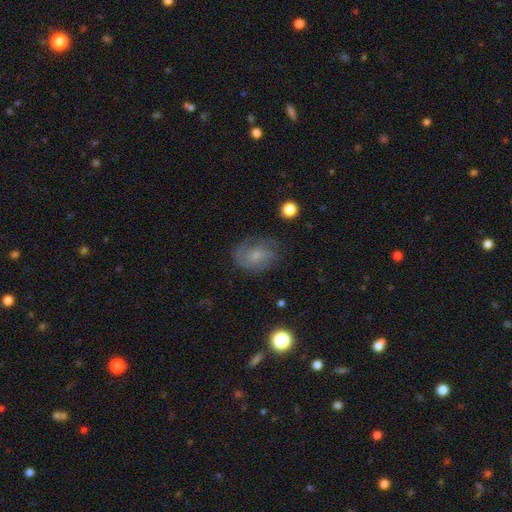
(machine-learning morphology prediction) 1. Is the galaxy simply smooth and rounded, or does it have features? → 45% smooth, 44% featured or disk, 11% star or artifact.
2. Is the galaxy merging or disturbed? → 63% none, 23% minor disturbance, 12% major disturbance, 2% merger.